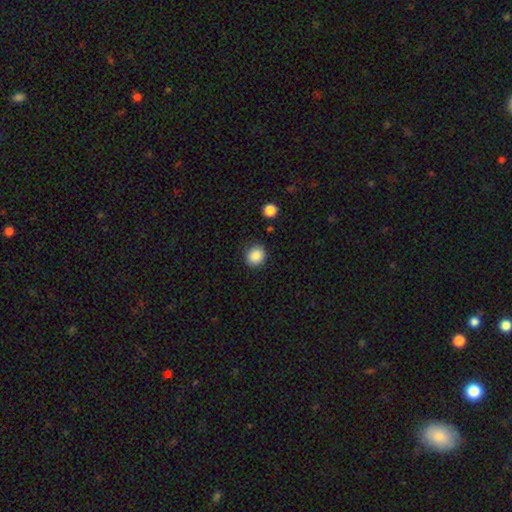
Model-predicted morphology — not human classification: Smooth or featured? smooth (88%)
How rounded? round (84%)
Merging? none (89%)